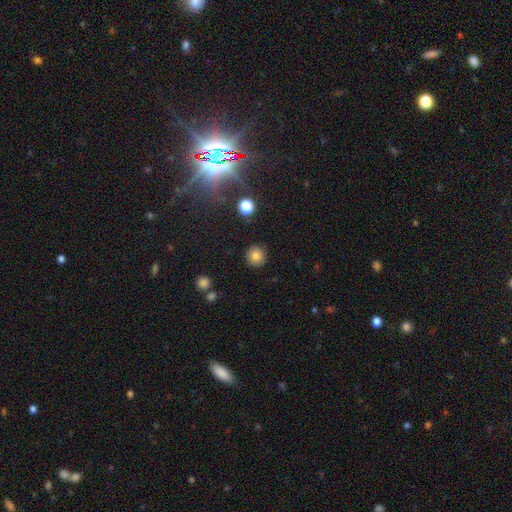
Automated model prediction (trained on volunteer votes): smooth_or_featured: smooth (p=0.81) [alt: star or artifact p=0.12]
how_rounded: round (p=0.95) [alt: in between p=0.05]
merging: none (p=0.91) [alt: minor disturbance p=0.06]